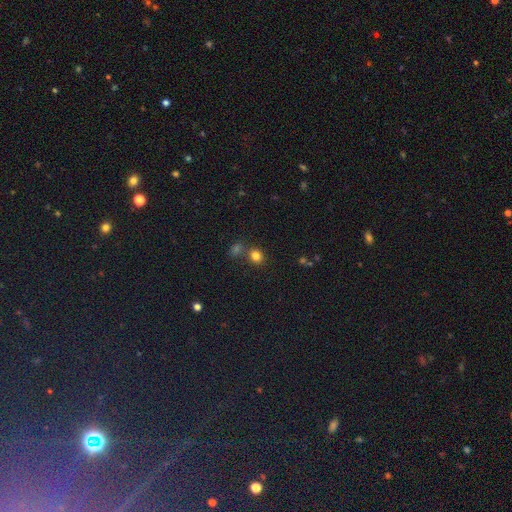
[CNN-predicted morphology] This is likely a smooth galaxy (80%). How rounded: likely round (71%). Merging: likely none (67%).